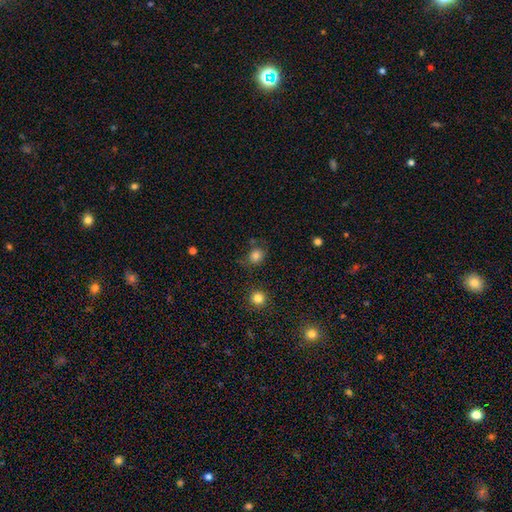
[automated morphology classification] Smooth or featured?
  - smooth: 81% *
  - star or artifact: 13%
  - featured or disk: 6%
How rounded?
  - round: 70% *
  - in between: 29%
  - cigar-shaped: 1%
Merging?
  - none: 67% *
  - minor disturbance: 19%
  - major disturbance: 7%
  - merger: 6%